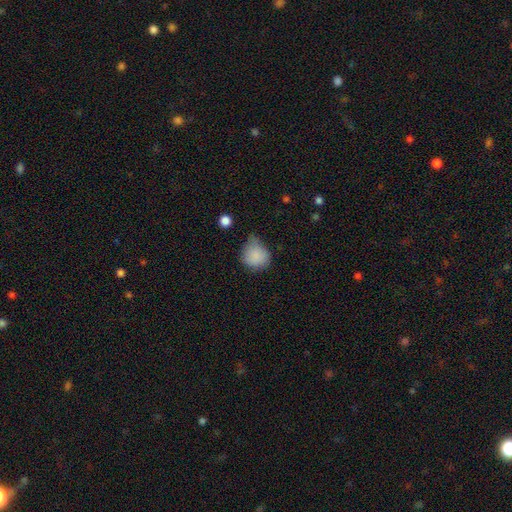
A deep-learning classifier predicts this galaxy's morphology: Smooth or featured: smooth — 84% (star or artifact — 9%)
How rounded: round — 76% (in between — 23%)
Merging: minor disturbance — 44% (none — 41%)